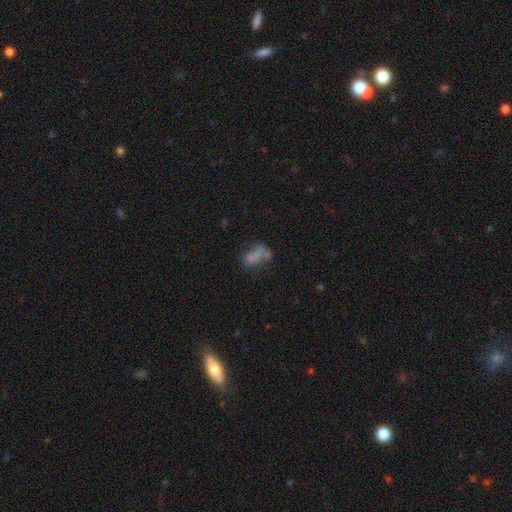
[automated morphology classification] The model was most divided on "merging": none: 33%, major disturbance: 24%, minor disturbance: 23%, merger: 20%. More confident: how rounded — in between (83%); smooth or featured — smooth (66%).